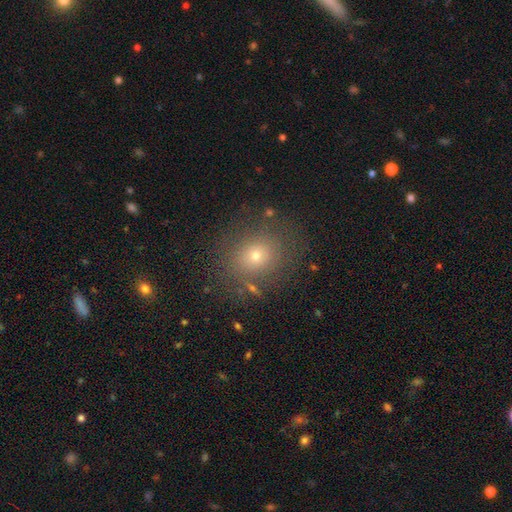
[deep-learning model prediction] Smooth or featured?
  - smooth: 67% *
  - star or artifact: 19%
  - featured or disk: 14%
How rounded?
  - round: 70% *
  - in between: 29%
  - cigar-shaped: 1%
Merging?
  - none: 81% *
  - minor disturbance: 11%
  - major disturbance: 5%
  - merger: 3%